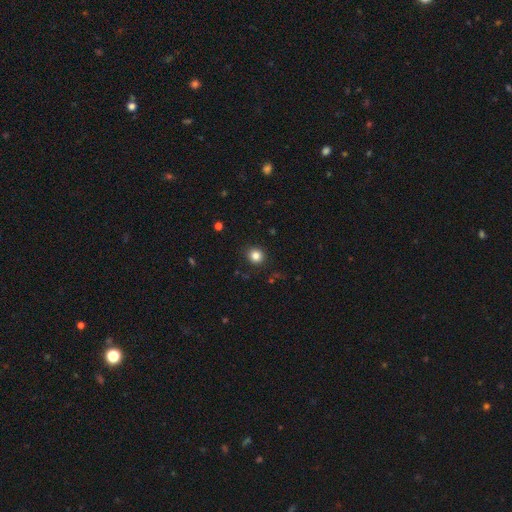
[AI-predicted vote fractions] A smooth galaxy with no disk features (83%) that is round (88%). Merging: none (91%).